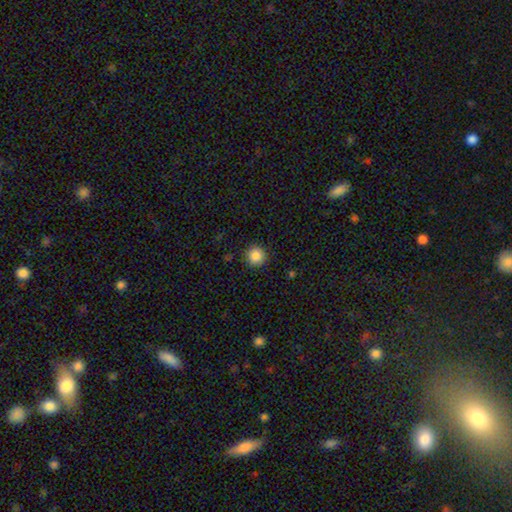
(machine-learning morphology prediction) type=smooth (86%); roundness=round (95%); merging=none (91%).